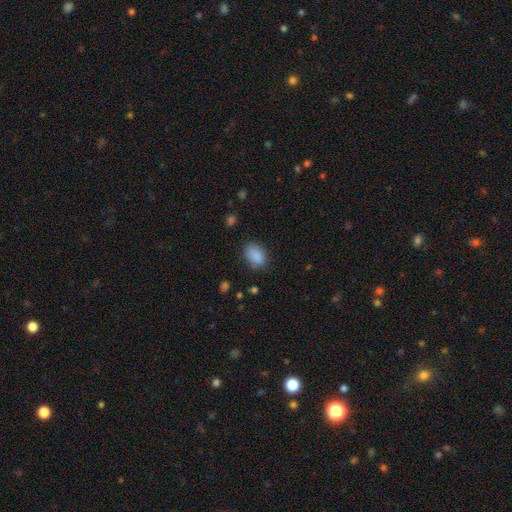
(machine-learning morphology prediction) Smooth or featured?
  - smooth: 87% *
  - star or artifact: 9%
  - featured or disk: 4%
How rounded?
  - in between: 81% *
  - round: 18%
  - cigar-shaped: 1%
Merging?
  - none: 77% *
  - minor disturbance: 17%
  - major disturbance: 4%
  - merger: 1%